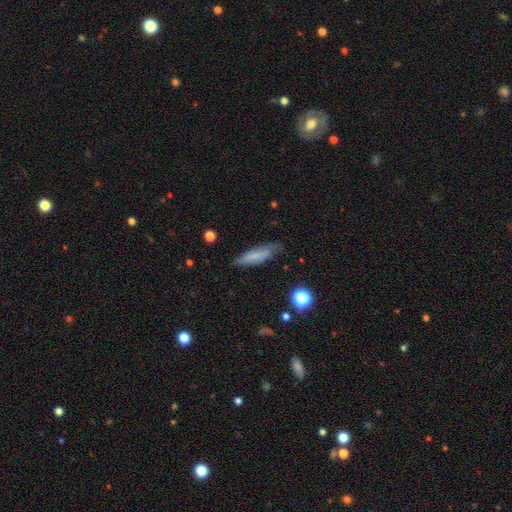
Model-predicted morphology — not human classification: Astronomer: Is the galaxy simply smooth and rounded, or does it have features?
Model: smooth — 64%.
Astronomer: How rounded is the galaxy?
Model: cigar-shaped — 66%.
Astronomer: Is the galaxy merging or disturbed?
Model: none — 75%.